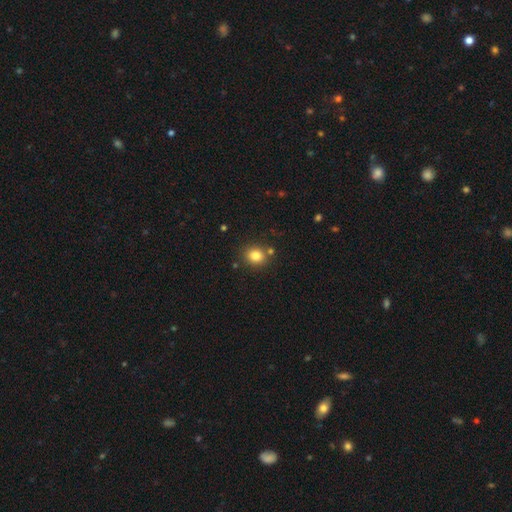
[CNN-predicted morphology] smooth 82%, star or artifact 12%, featured or disk 6%. Down the decision tree: how rounded — round (73%); merging — none (81%).